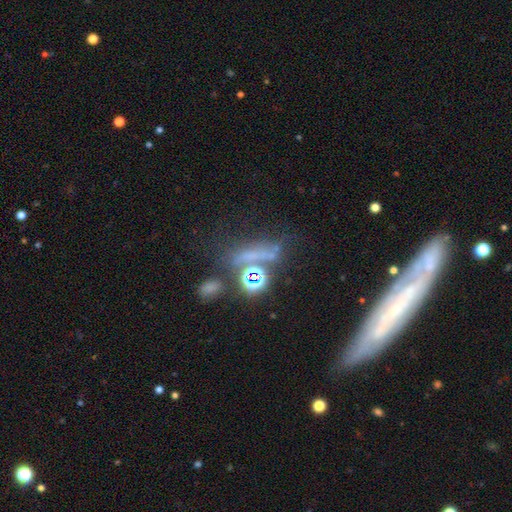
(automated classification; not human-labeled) Smooth or featured: star or artifact — 50% (smooth — 26%)